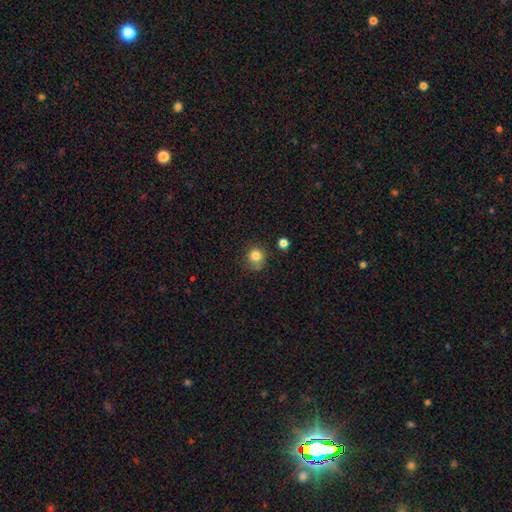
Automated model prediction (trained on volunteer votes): A smooth galaxy with no disk features (82%) that is round (88%).

Vote fractions:
- Smooth or featured? smooth: 82% / star or artifact: 11% / featured or disk: 7%
- How rounded? round: 88% / in between: 11% / cigar-shaped: 1%
- Merging? none: 69% / minor disturbance: 20% / major disturbance: 6% / merger: 5%